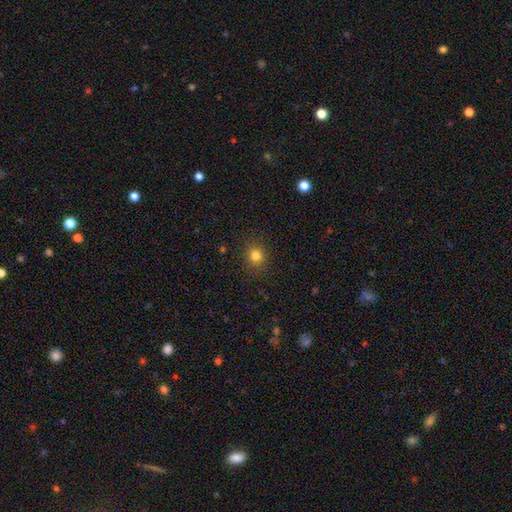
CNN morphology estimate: A smooth galaxy with no disk features (80%) that is round (76%). Merging: none (87%).